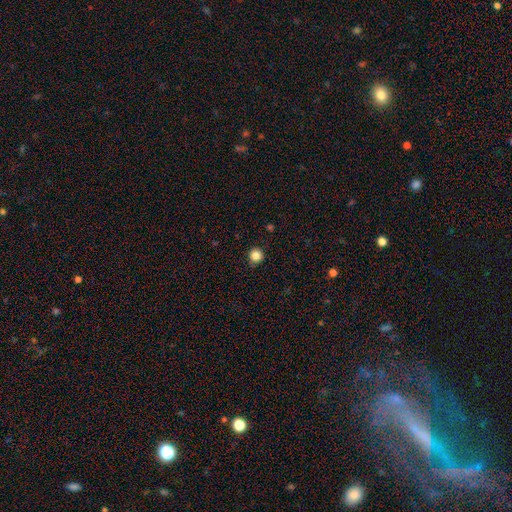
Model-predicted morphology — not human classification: Q: Smooth or featured?
A: smooth (85%); runner-up: star or artifact (11%)
Q: How rounded?
A: round (94%); runner-up: in between (5%)
Q: Merging?
A: none (90%); runner-up: minor disturbance (7%)